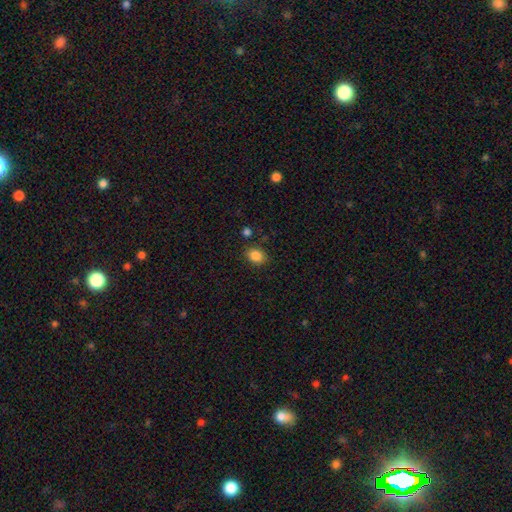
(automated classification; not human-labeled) Morphology: type=smooth (85%); roundness=in between (56%); merging=none (81%).